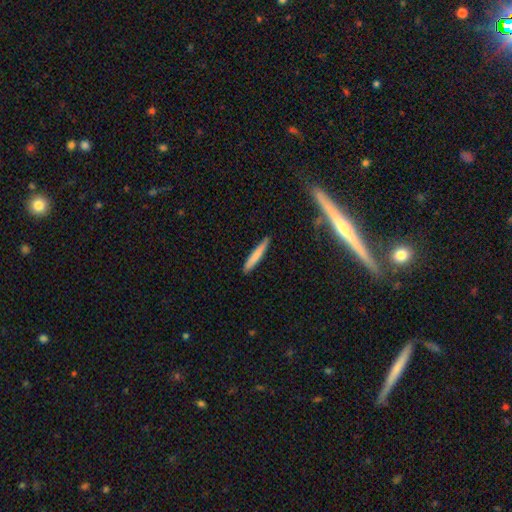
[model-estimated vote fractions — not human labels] Smooth or featured? smooth (75%)
How rounded? cigar-shaped (95%)
Merging? none (88%)